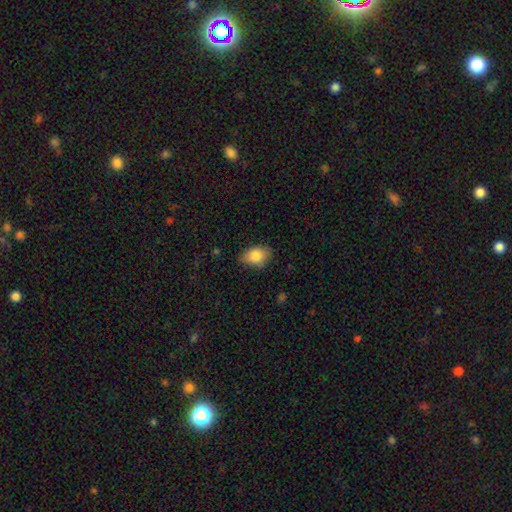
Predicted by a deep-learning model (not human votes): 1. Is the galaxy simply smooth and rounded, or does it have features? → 84% smooth, 9% featured or disk, 8% star or artifact.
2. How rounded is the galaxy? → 82% in between, 17% round, 1% cigar-shaped.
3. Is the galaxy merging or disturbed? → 75% none, 20% minor disturbance, 4% major disturbance, 1% merger.